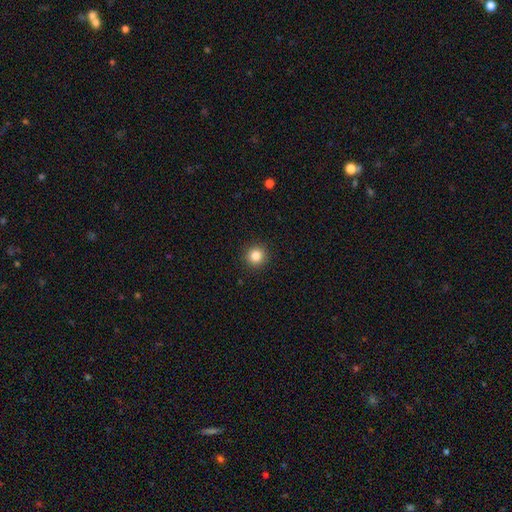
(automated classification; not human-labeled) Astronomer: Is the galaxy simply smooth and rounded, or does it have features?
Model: smooth — 84%.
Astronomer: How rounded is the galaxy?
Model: round — 93%.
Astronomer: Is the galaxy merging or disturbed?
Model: none — 92%.